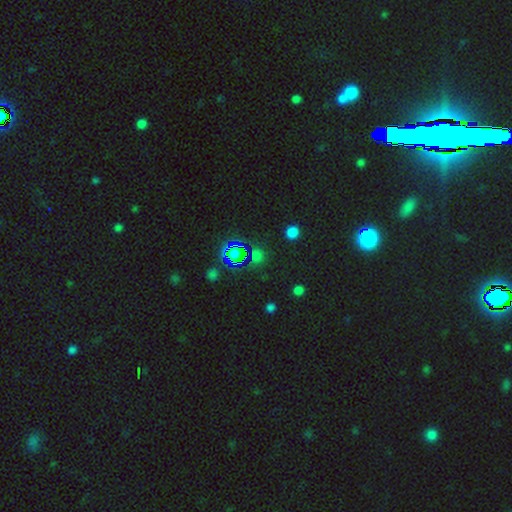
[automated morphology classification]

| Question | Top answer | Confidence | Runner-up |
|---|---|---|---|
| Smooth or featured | star or artifact | 55% | smooth (37%) |